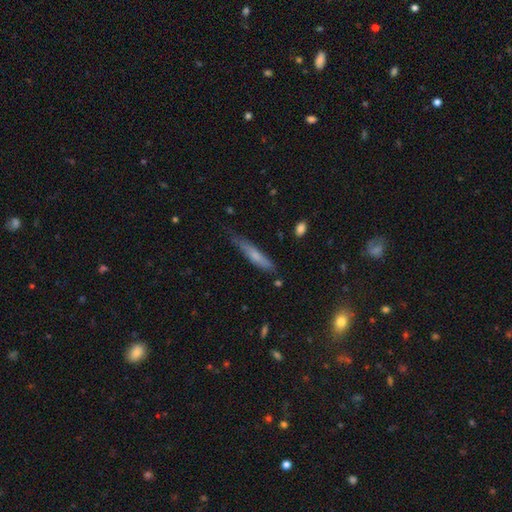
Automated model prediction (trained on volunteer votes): smooth 64%, featured or disk 30%, star or artifact 6%. Down the decision tree: how rounded — cigar-shaped (89%); merging — none (67%).